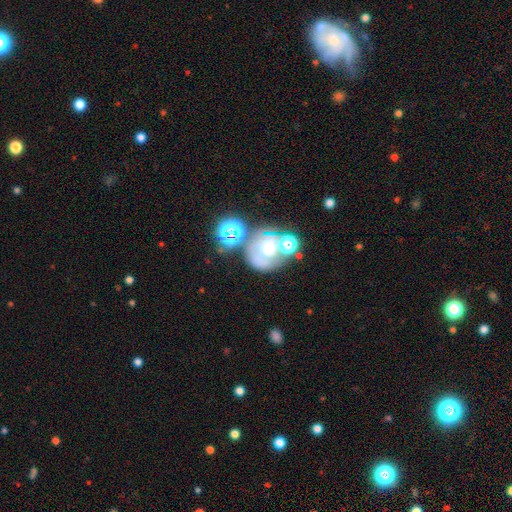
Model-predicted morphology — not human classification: Overall: featured or disk (44%; smooth 32%). Merging: none (47%; merger 21%).